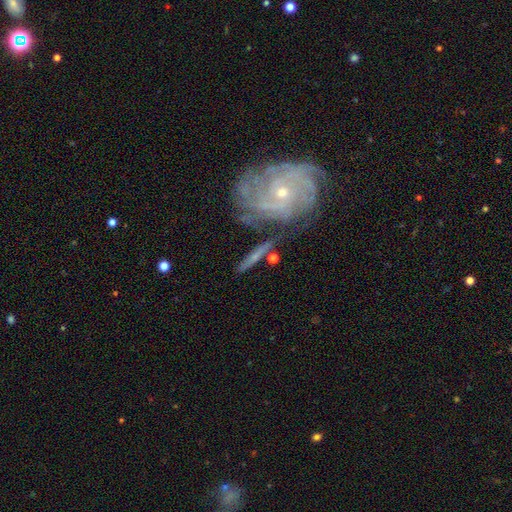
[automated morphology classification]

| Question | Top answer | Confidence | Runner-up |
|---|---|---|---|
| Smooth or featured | featured or disk | 67% | smooth (23%) |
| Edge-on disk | no | 57% | yes (43%) |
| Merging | none | 70% | minor disturbance (16%) |